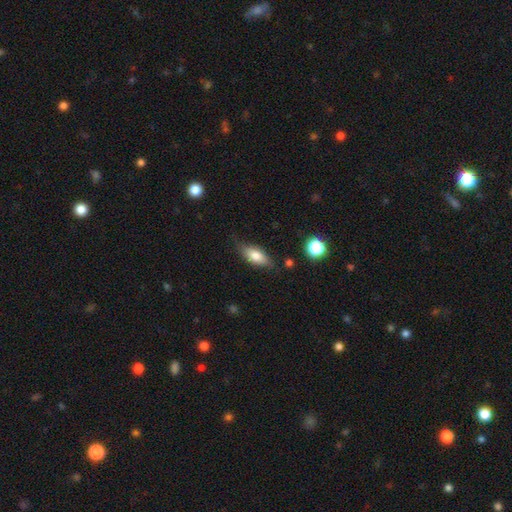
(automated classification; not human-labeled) Morphology: type=smooth (73%); roundness=in between (79%); merging=none (74%).